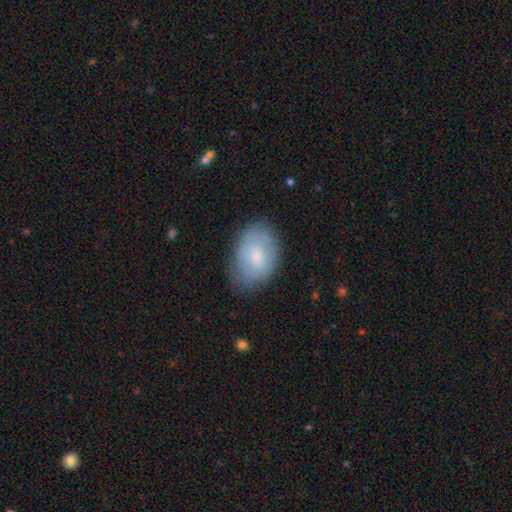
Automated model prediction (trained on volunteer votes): Smooth or featured: smooth — 69% (featured or disk — 24%)
How rounded: in between — 86% (round — 12%)
Merging: none — 72% (minor disturbance — 21%)